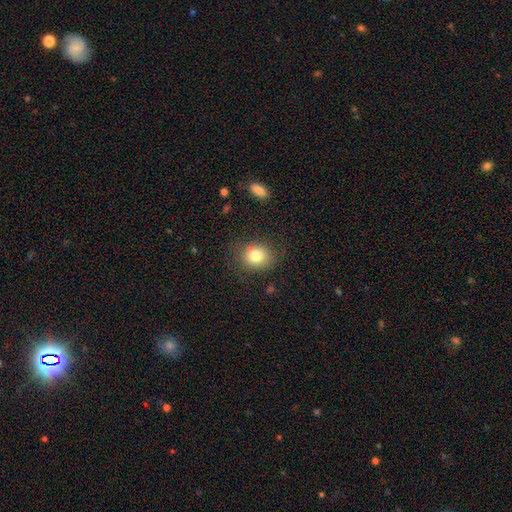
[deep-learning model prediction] A smooth galaxy with no disk features (80%) that is round (68%). Merging: none (78%).